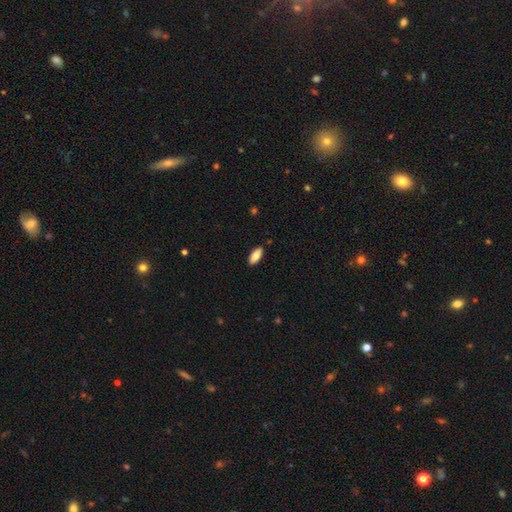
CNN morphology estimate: smooth 84%, featured or disk 10%, star or artifact 6%. Down the decision tree: how rounded — in between (84%); merging — none (89%).